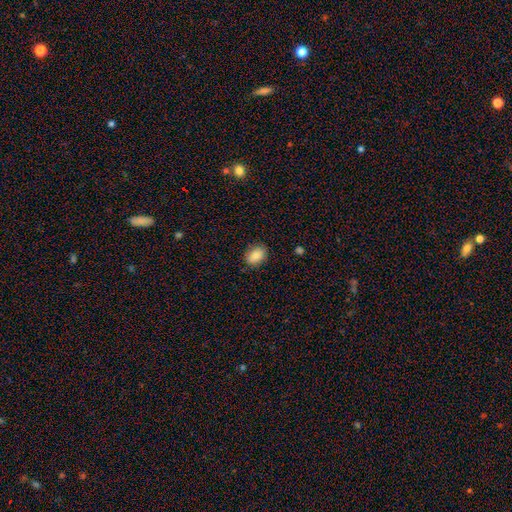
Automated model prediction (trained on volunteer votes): Smooth or featured: smooth — 85% (star or artifact — 8%)
How rounded: in between — 71% (round — 28%)
Merging: none — 87% (minor disturbance — 9%)